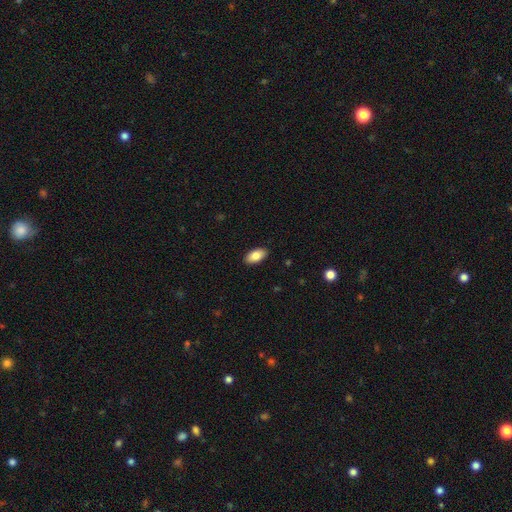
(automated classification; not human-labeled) smooth 85%, featured or disk 8%, star or artifact 7%. Down the decision tree: how rounded — in between (94%); merging — none (89%).